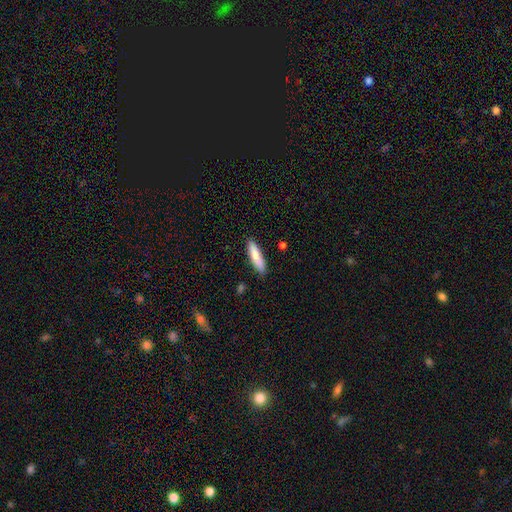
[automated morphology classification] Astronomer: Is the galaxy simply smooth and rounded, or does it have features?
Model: smooth — 82%.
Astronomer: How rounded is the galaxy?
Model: cigar-shaped — 70%.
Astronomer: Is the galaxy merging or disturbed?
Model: none — 87%.